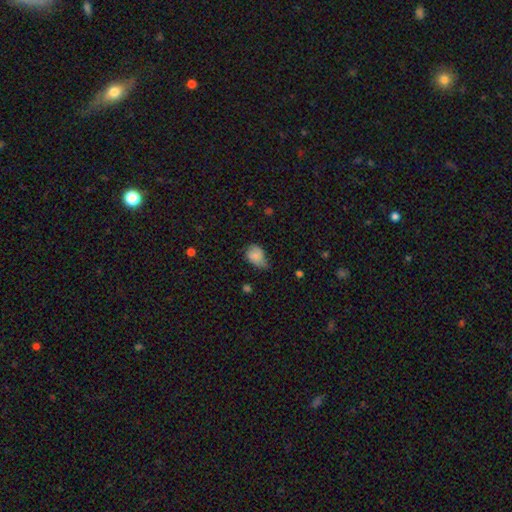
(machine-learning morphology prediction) type=smooth (79%); roundness=in between (71%); merging=minor disturbance (49%).